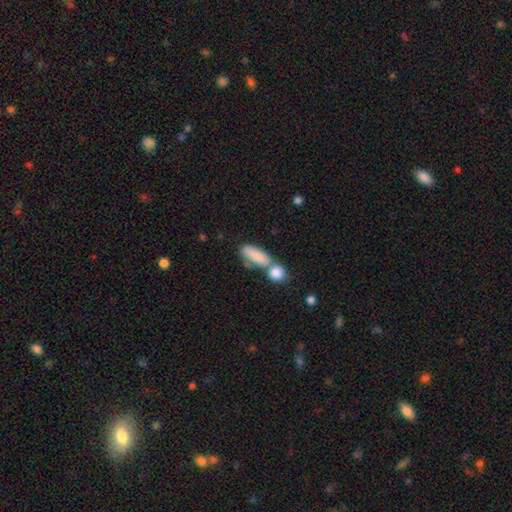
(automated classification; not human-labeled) Smooth or featured? Predicted: smooth (p=0.85). How rounded? Predicted: in between (p=0.71). Merging? Predicted: merger (p=0.45).